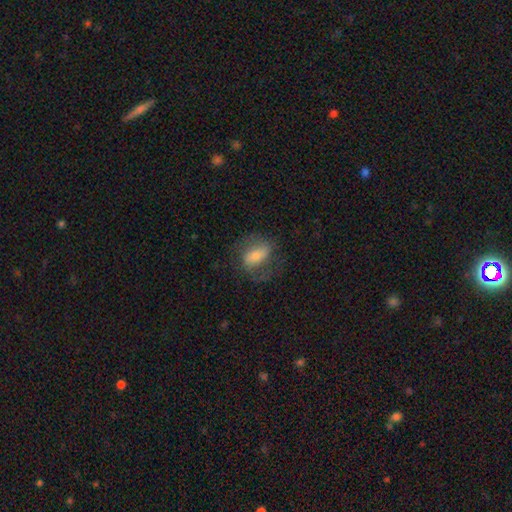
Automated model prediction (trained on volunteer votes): Q: Smooth or featured?
A: featured or disk (48%); runner-up: smooth (43%)
Q: Merging?
A: none (65%); runner-up: minor disturbance (19%)